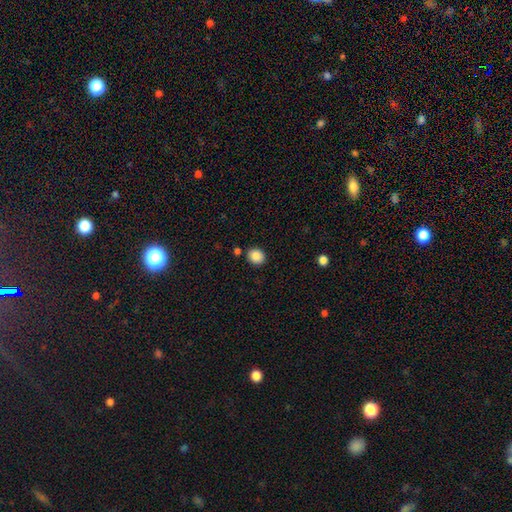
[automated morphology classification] Overall: smooth (87%). How rounded: round (70%). Merging: none (85%).